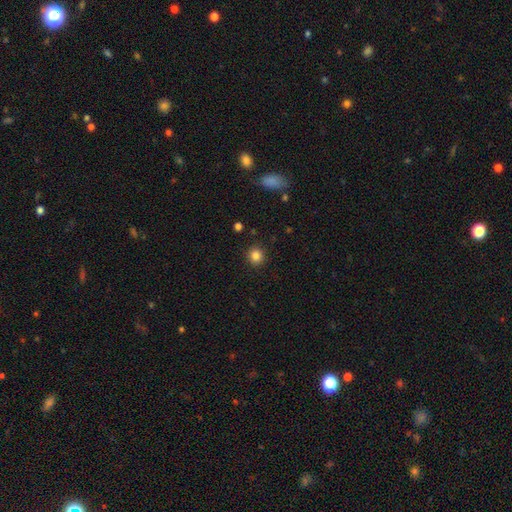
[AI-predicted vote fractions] Smooth or featured?
  - smooth: 84% *
  - star or artifact: 11%
  - featured or disk: 5%
How rounded?
  - round: 90% *
  - in between: 9%
  - cigar-shaped: 1%
Merging?
  - none: 91% *
  - minor disturbance: 6%
  - major disturbance: 2%
  - merger: 1%